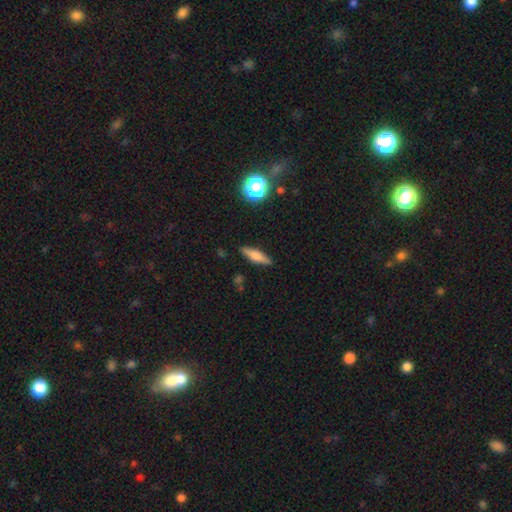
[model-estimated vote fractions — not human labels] This appears to be a smooth galaxy with no disk features (53%) that is cigar-shaped (64%). Merging: none (87%).